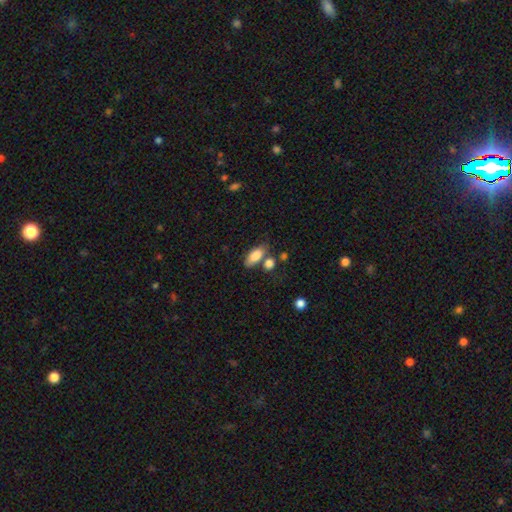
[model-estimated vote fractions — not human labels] smooth 83%, featured or disk 9%, star or artifact 7%. Down the decision tree: how rounded — in between (86%); merging — none (59%).